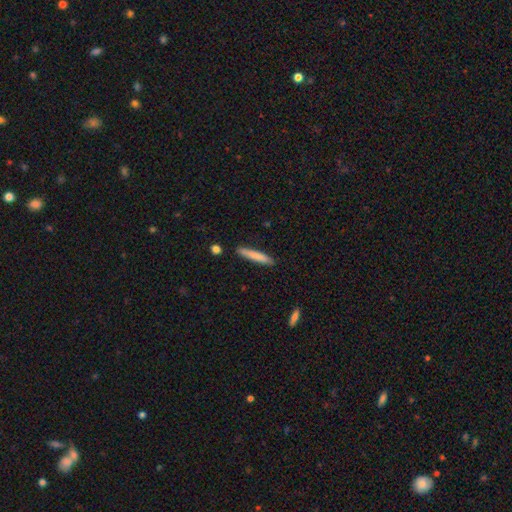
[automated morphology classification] smooth 79%, featured or disk 15%, star or artifact 6%. Down the decision tree: how rounded — cigar-shaped (94%); merging — none (87%).